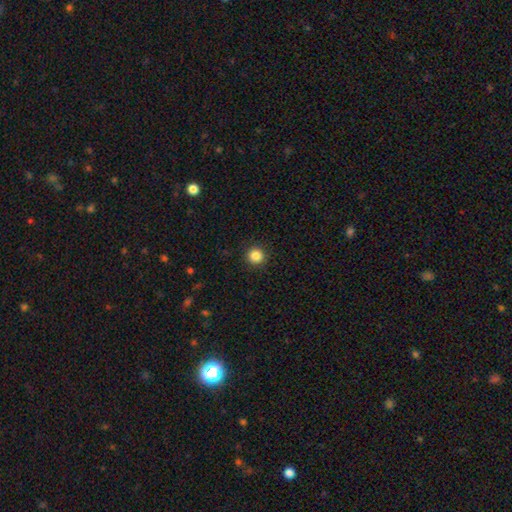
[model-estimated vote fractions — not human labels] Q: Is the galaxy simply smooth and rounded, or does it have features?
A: smooth — 85%.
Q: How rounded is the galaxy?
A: round — 95%.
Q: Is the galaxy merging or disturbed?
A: none — 92%.